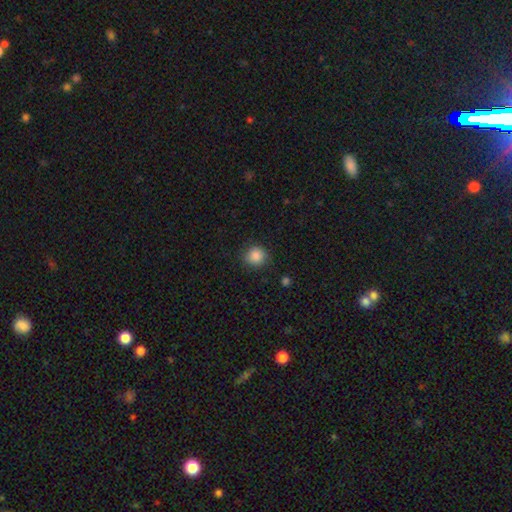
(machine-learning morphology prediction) This is clearly a smooth galaxy (86%). How rounded: clearly round (87%). Merging: clearly none (85%).